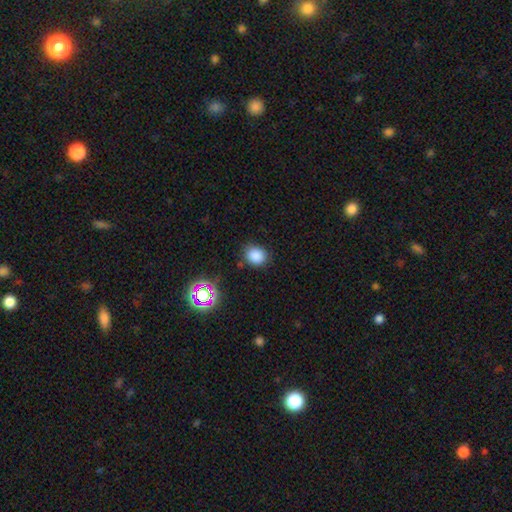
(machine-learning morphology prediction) Smooth or featured? smooth (82%)
How rounded? round (69%)
Merging? none (83%)